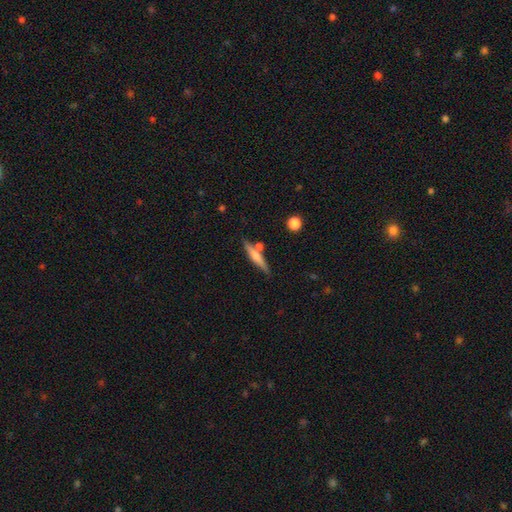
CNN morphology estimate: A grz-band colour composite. It shows a smooth galaxy with no disk features (49%). Merging: none (74%).